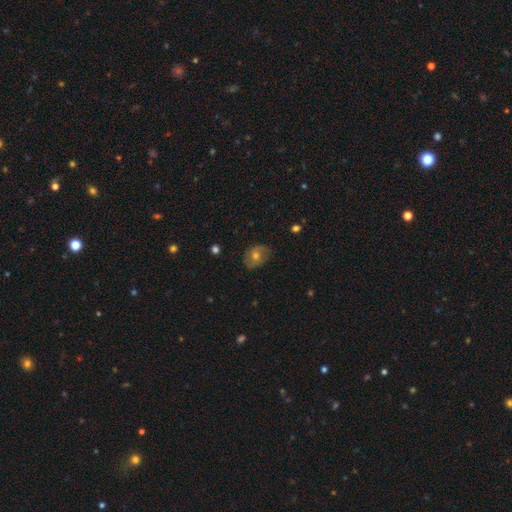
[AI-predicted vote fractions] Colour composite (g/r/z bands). It shows a featured or disk galaxy (51%). Merging: none (79%).